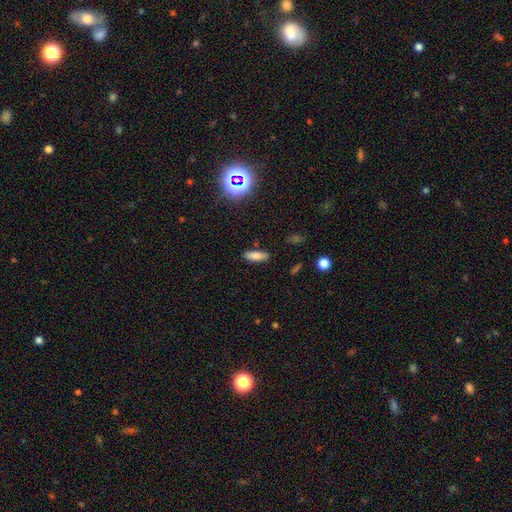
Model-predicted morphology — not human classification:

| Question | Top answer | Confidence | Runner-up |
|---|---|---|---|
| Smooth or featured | smooth | 77% | star or artifact (11%) |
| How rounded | in between | 63% | cigar-shaped (35%) |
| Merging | none | 84% | minor disturbance (11%) |